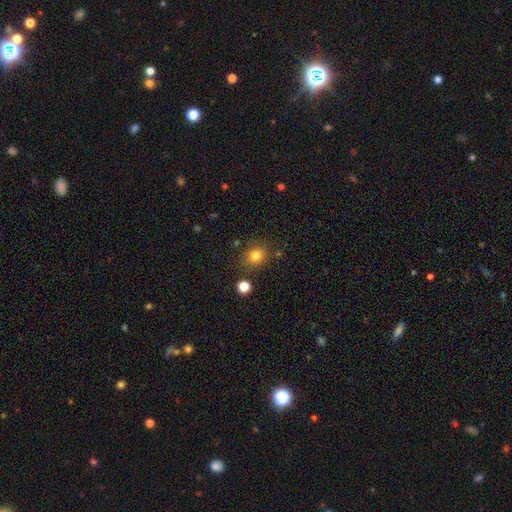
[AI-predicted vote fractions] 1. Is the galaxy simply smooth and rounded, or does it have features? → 80% smooth, 13% star or artifact, 7% featured or disk.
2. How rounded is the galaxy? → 78% round, 21% in between, 1% cigar-shaped.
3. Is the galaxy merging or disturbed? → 80% none, 12% minor disturbance, 5% merger, 4% major disturbance.